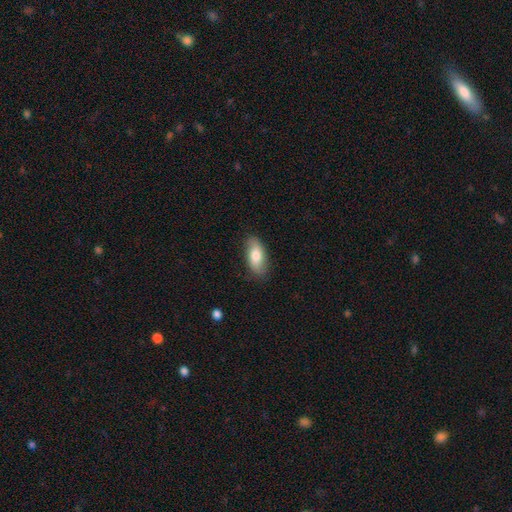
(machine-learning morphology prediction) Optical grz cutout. It shows a smooth galaxy with no disk features (77%) that is in between round and cigar-shaped (88%). Merging: none (84%).